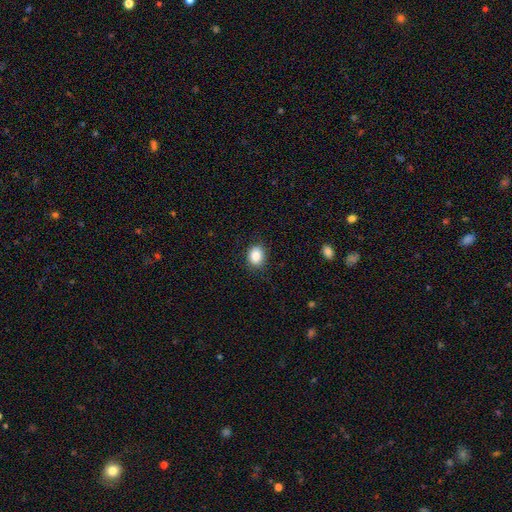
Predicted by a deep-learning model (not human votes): smooth 86%, star or artifact 9%, featured or disk 5%. Down the decision tree: how rounded — in between (50%); merging — none (87%).